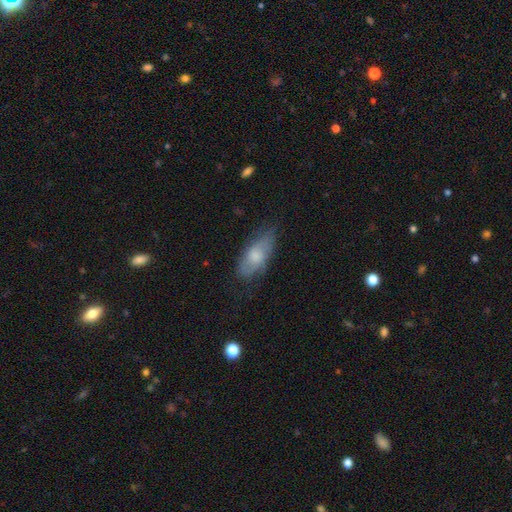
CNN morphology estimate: The model was most divided on "merging": none: 58%, minor disturbance: 30%, major disturbance: 10%, merger: 2%. More confident: how rounded — in between (81%); smooth or featured — smooth (66%).